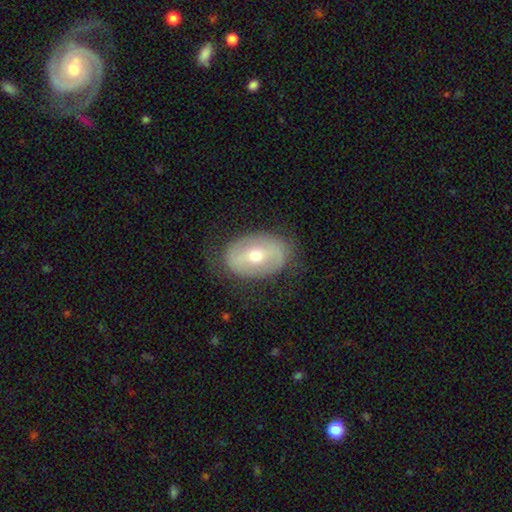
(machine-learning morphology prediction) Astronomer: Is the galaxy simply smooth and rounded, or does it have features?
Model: featured or disk — 58% (runner-up: smooth, 35%).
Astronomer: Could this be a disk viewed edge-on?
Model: no — 92%.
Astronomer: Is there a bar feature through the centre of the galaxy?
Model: no — 39% (runner-up: weak, 34%).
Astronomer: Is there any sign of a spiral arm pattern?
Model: no — 58% (runner-up: yes, 42%).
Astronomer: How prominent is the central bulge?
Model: moderate — 57% (runner-up: small, 39%).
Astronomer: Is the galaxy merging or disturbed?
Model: none — 76%.